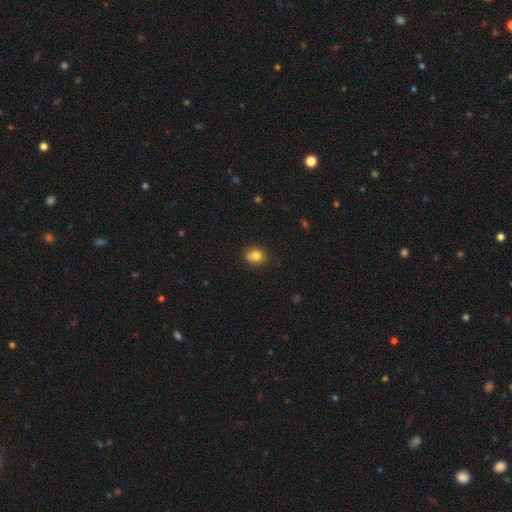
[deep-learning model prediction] Overall: smooth (78%). How rounded: round (72%). Merging: none (61%).